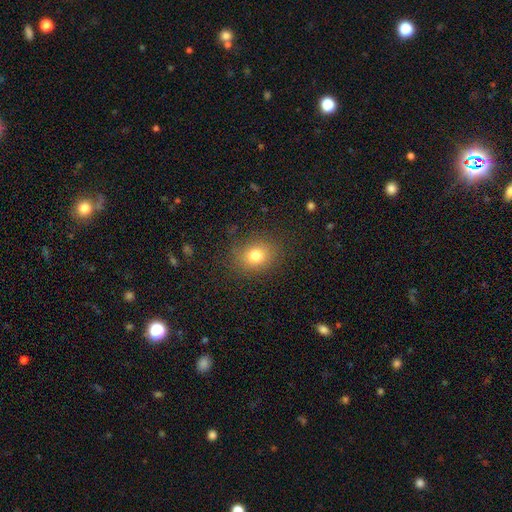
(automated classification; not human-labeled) smooth-or-featured: smooth: 78% | star or artifact: 13% | featured or disk: 9%
  how-rounded: round: 63% | in between: 36% | cigar-shaped: 1%
  merging: none: 83% | minor disturbance: 11% | major disturbance: 5% | merger: 1%